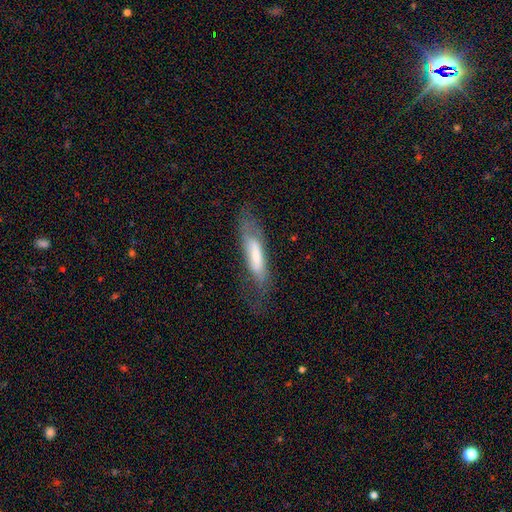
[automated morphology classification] smooth 52%, featured or disk 41%, star or artifact 7%. Down the decision tree: how rounded — cigar-shaped (71%); merging — none (56%).